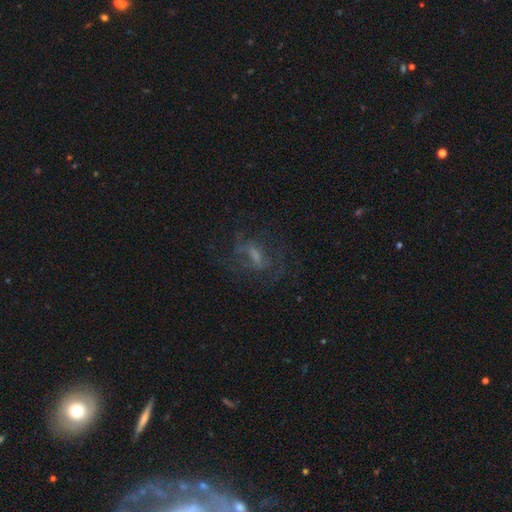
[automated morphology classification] This appears to be a featured or disk galaxy (57%) with a weak bar (43%), spiral arms (59%) and a small central bulge (34%). Merging: none (52%).